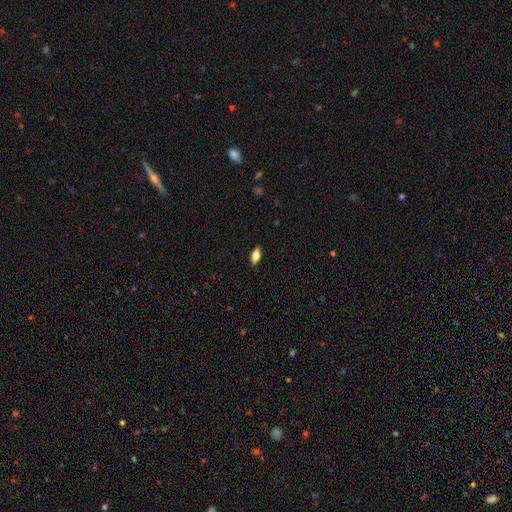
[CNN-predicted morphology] type=smooth (69%); roundness=in between (74%); merging=none (87%).